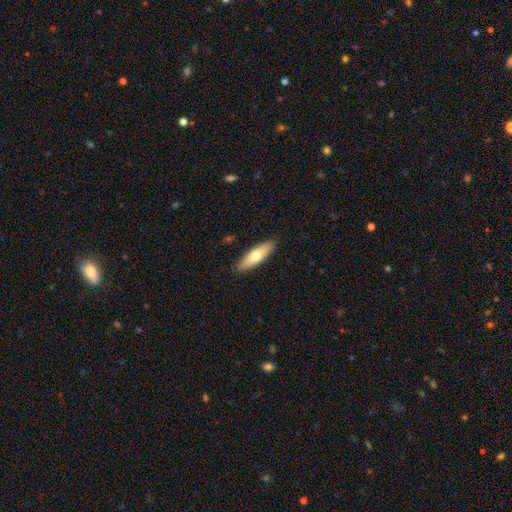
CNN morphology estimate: This is likely a smooth galaxy (67%). How rounded: possibly cigar-shaped (50%). Merging: clearly none (89%).